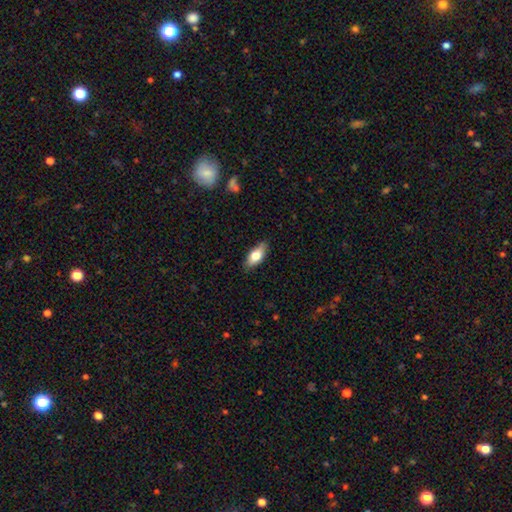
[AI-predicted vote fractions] This appears to be a smooth galaxy with no disk features (70%) that is in between round and cigar-shaped (81%). Merging: none (85%).